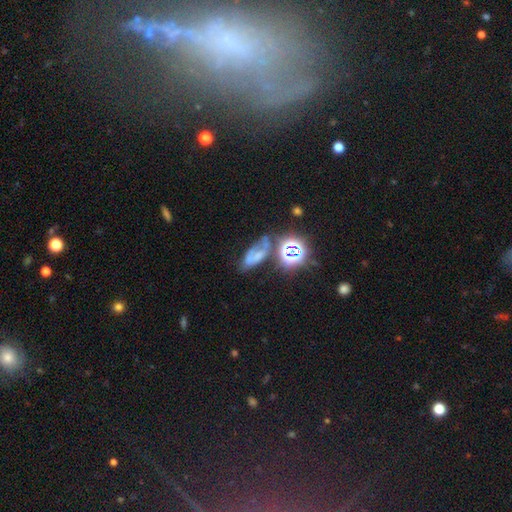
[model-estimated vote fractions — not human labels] Overall: star or artifact (34%; smooth 33%).